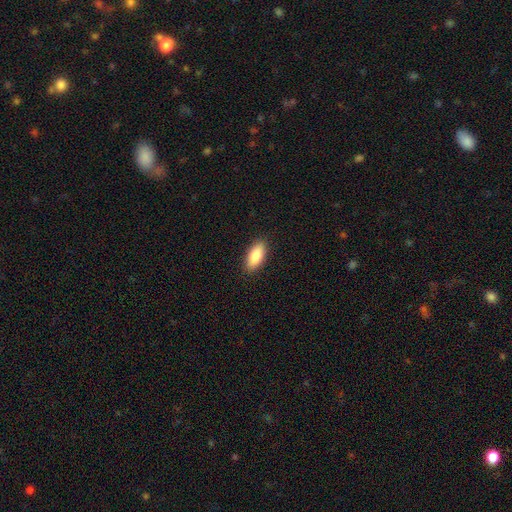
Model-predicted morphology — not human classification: Smooth or featured: smooth — 84% (featured or disk — 10%)
How rounded: in between — 85% (cigar-shaped — 13%)
Merging: none — 89% (minor disturbance — 8%)